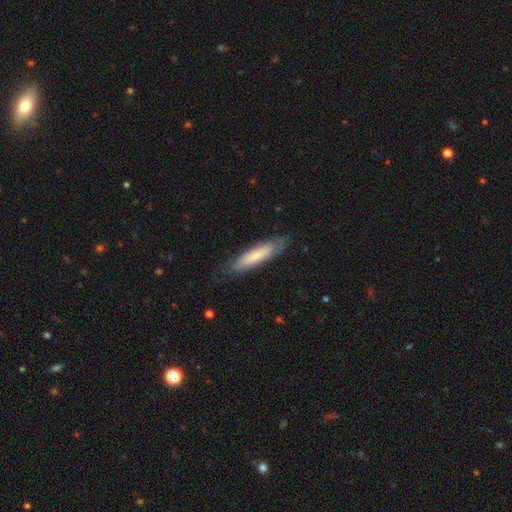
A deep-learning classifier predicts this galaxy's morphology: Smooth or featured? Predicted: smooth (p=0.64). How rounded? Predicted: cigar-shaped (p=0.73). Merging? Predicted: none (p=0.78).